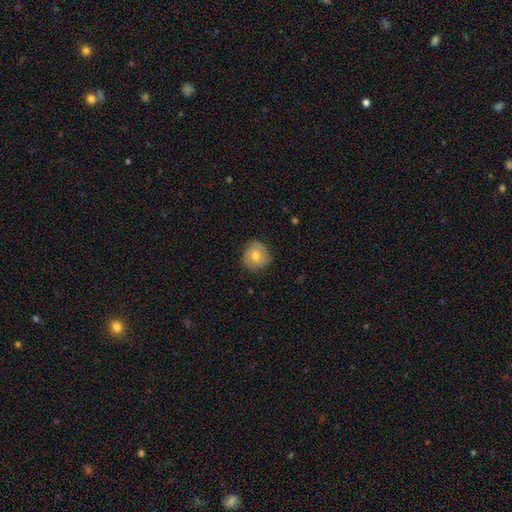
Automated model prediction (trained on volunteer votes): This appears to be a smooth galaxy with no disk features (69%) that is round (89%). Merging: none (76%).